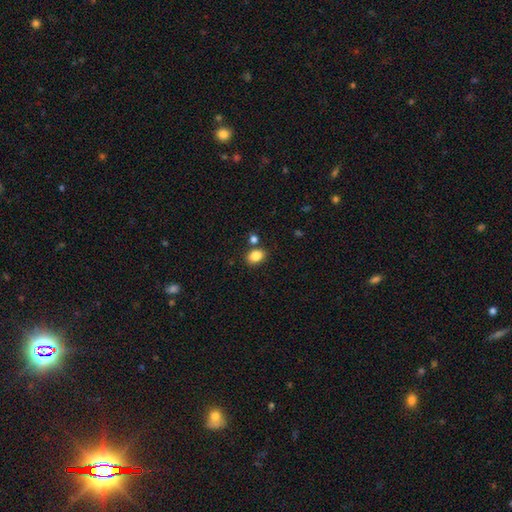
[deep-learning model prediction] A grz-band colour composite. It shows a smooth galaxy with no disk features (85%) that is in between round and cigar-shaped (66%). Merging: none (77%).